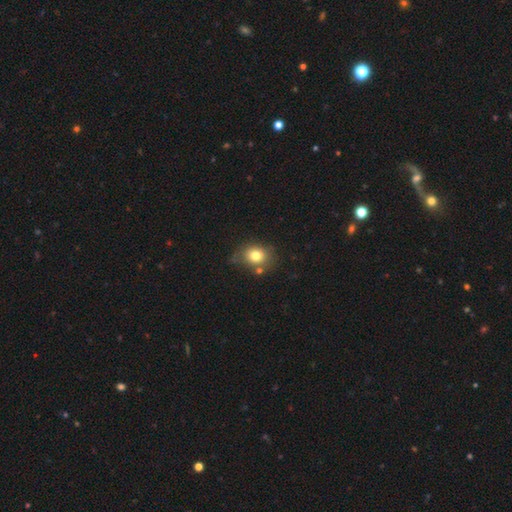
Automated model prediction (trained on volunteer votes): Smooth or featured?
  - smooth: 77% *
  - featured or disk: 13%
  - star or artifact: 11%
How rounded?
  - round: 57% *
  - in between: 43%
  - cigar-shaped: 1%
Merging?
  - none: 60% *
  - minor disturbance: 22%
  - merger: 11%
  - major disturbance: 7%